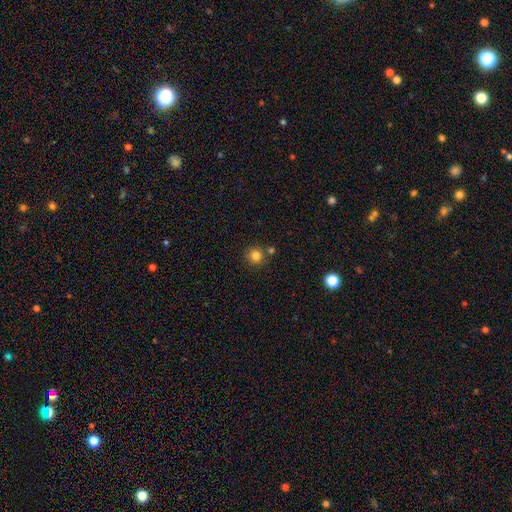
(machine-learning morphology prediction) type=smooth (82%); roundness=round (92%); merging=none (78%).